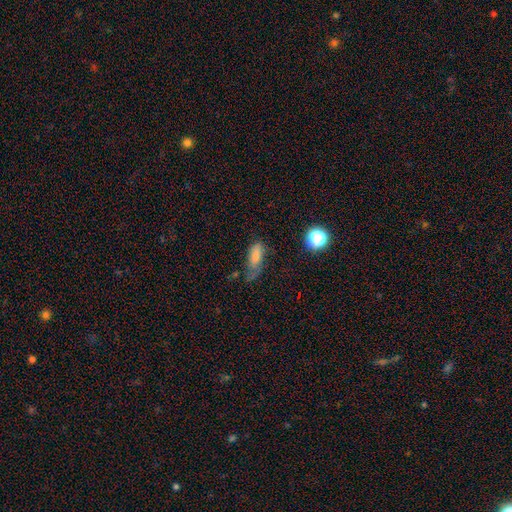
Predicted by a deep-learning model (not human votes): Smooth or featured? smooth (63%)
How rounded? in between (69%)
Merging? none (39%)